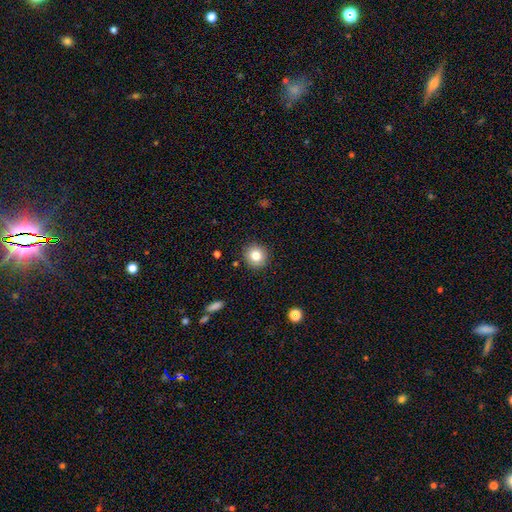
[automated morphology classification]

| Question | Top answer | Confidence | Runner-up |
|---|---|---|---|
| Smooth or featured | smooth | 81% | star or artifact (11%) |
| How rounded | round | 91% | in between (8%) |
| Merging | none | 90% | minor disturbance (7%) |